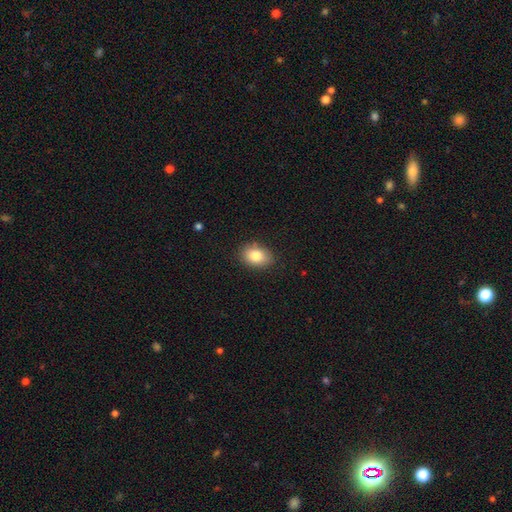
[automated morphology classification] Smooth or featured? smooth (83%)
How rounded? in between (75%)
Merging? none (86%)